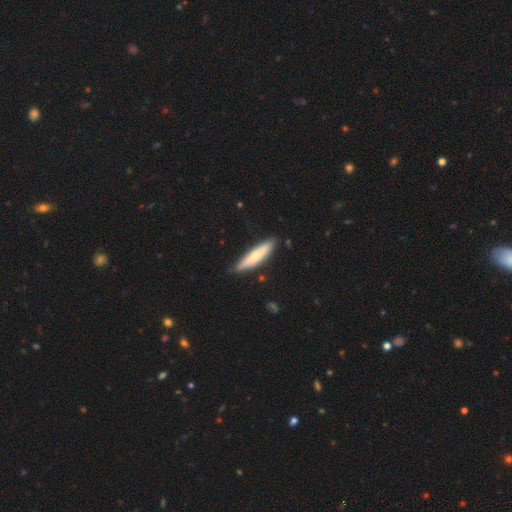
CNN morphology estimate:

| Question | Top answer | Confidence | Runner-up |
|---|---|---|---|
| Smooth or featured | smooth | 63% | featured or disk (32%) |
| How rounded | cigar-shaped | 80% | in between (19%) |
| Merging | none | 83% | minor disturbance (13%) |